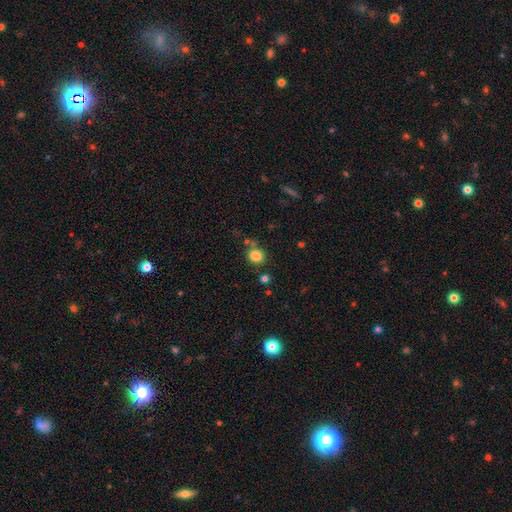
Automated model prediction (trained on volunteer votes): Q: Smooth or featured?
A: smooth (83%); runner-up: star or artifact (12%)
Q: How rounded?
A: round (82%); runner-up: in between (17%)
Q: Merging?
A: none (73%); runner-up: minor disturbance (12%)